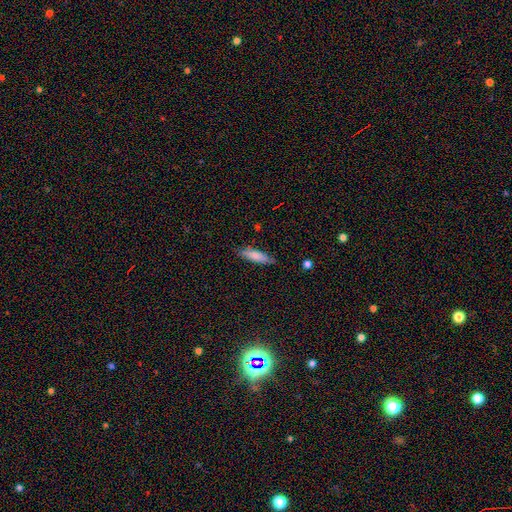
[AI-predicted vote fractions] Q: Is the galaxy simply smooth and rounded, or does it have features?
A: smooth — 80%.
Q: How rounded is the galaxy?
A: cigar-shaped — 66%.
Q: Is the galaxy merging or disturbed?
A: none — 81%.